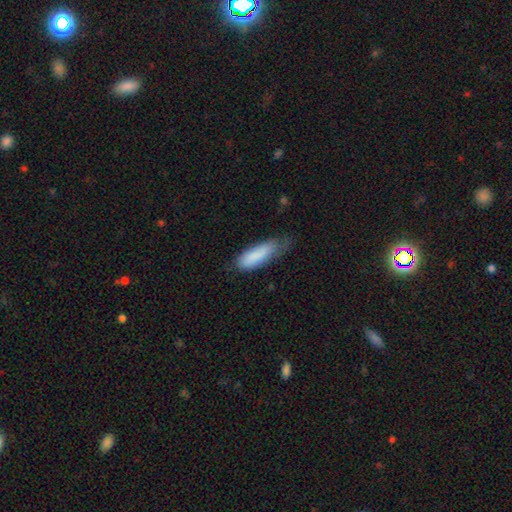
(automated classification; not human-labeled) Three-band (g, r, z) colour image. It shows a smooth galaxy with no disk features (85%) that is in between round and cigar-shaped (50%). Merging: none (45%).